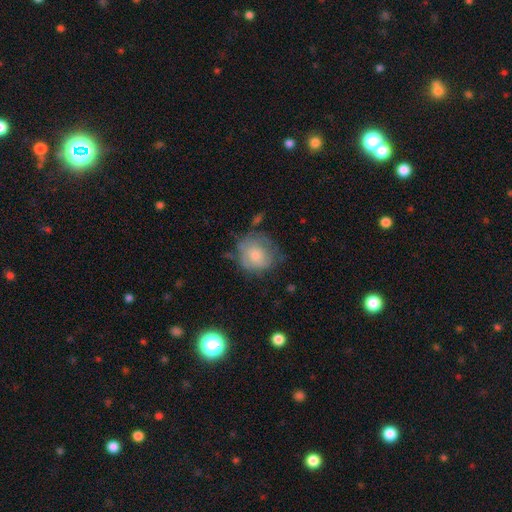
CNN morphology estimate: type=smooth (64%); roundness=round (78%); merging=none (50%).